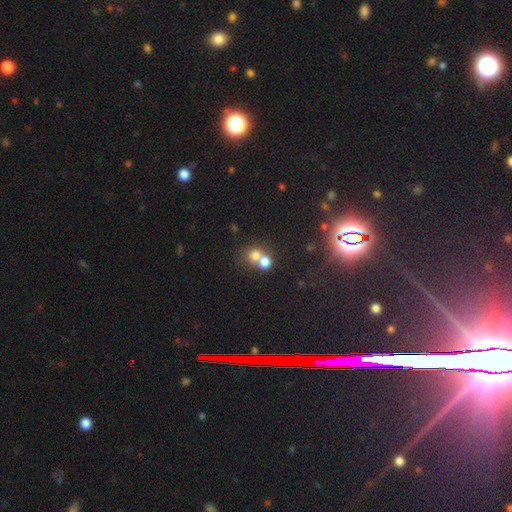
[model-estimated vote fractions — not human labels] smooth 72%, star or artifact 14%, featured or disk 14%. Down the decision tree: how rounded — round (78%); merging — merger (54%).